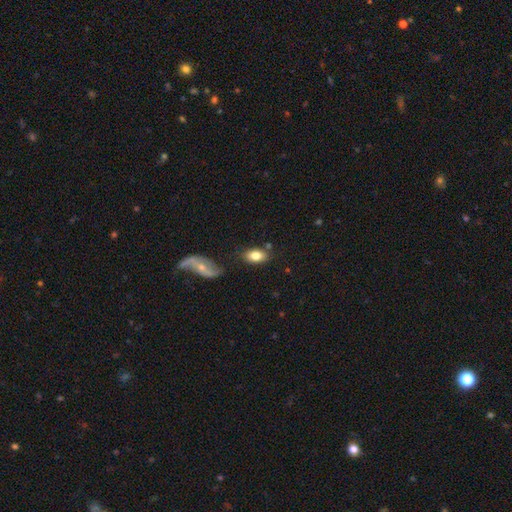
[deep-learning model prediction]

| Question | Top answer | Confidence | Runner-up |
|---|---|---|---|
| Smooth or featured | smooth | 79% | featured or disk (14%) |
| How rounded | in between | 90% | round (8%) |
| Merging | none | 75% | minor disturbance (14%) |